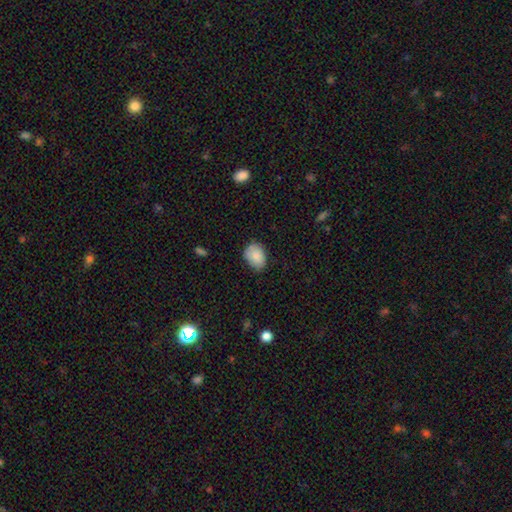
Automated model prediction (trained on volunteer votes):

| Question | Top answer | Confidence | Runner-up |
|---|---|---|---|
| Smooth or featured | smooth | 85% | star or artifact (8%) |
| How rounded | in between | 72% | round (28%) |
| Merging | none | 68% | minor disturbance (27%) |